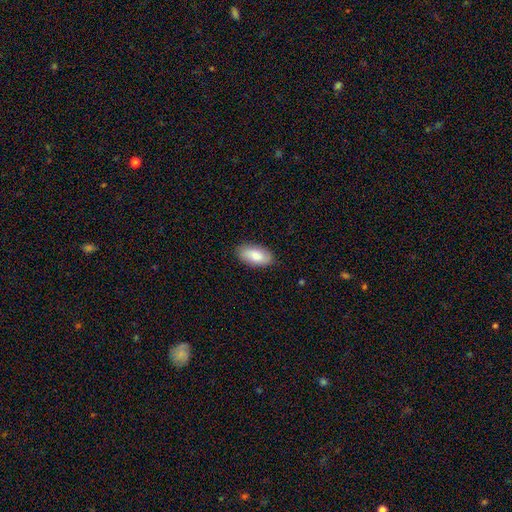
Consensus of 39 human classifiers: A smooth galaxy with no disk features (82%) that is in between round and cigar-shaped (94%). Merging: none (90%).